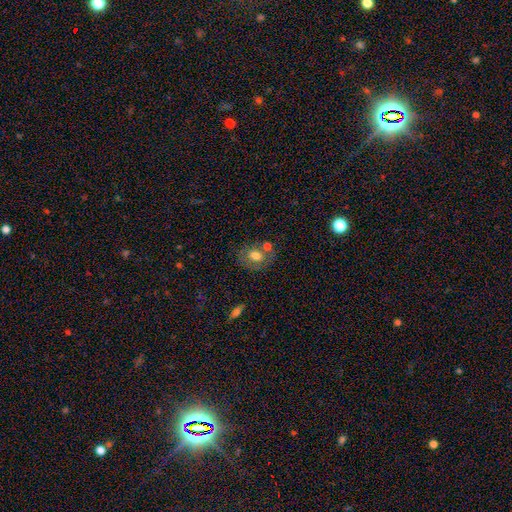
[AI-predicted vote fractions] Smooth or featured? Predicted: smooth (p=0.67). How rounded? Predicted: in between (p=0.53). Merging? Predicted: none (p=0.55).